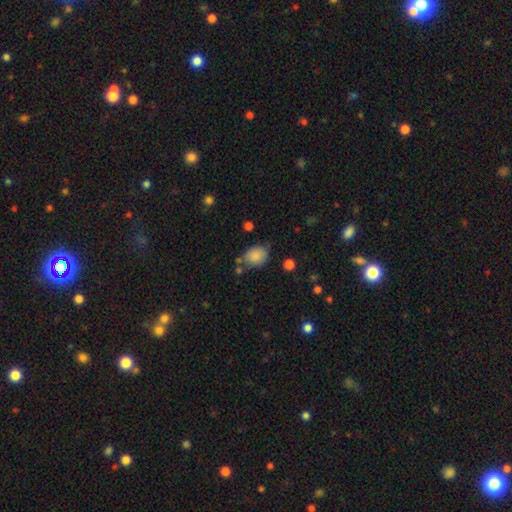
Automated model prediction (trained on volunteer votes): This is clearly a smooth galaxy (86%). How rounded: likely in between (63%). Merging: likely none (66%).